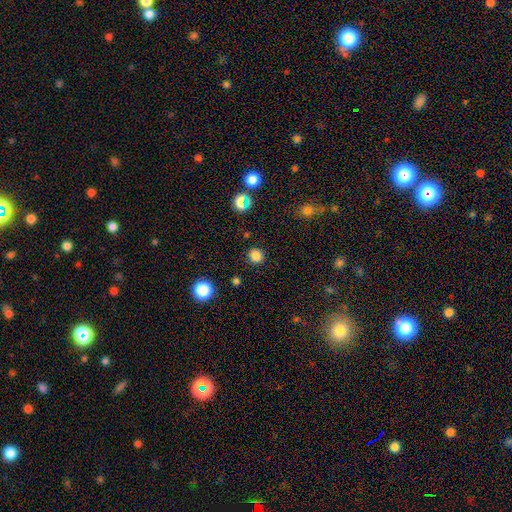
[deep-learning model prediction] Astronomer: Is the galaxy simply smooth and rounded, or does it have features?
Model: smooth — 82%.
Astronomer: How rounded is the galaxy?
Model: round — 89%.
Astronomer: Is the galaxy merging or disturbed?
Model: none — 90%.